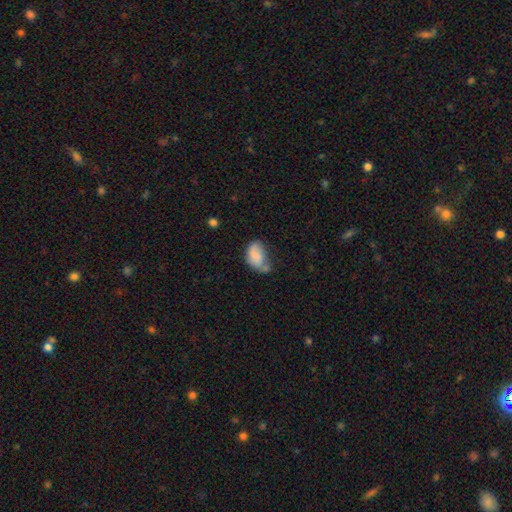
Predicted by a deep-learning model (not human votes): This is likely a smooth galaxy (74%). How rounded: clearly in between (88%). Merging: marginally minor disturbance (36%).